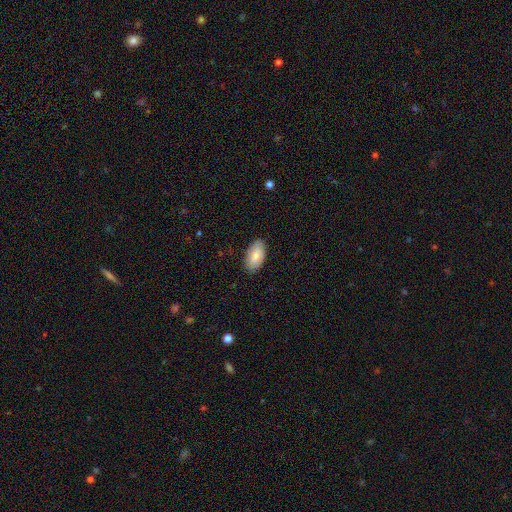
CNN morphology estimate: A smooth galaxy with no disk features (81%) that is in between round and cigar-shaped (95%). Merging: none (85%).